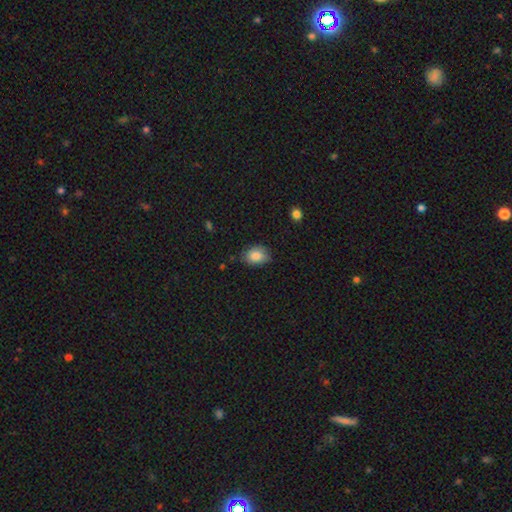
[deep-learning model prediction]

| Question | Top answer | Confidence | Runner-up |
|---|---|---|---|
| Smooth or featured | smooth | 85% | star or artifact (8%) |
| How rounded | in between | 73% | round (26%) |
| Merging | none | 73% | minor disturbance (22%) |